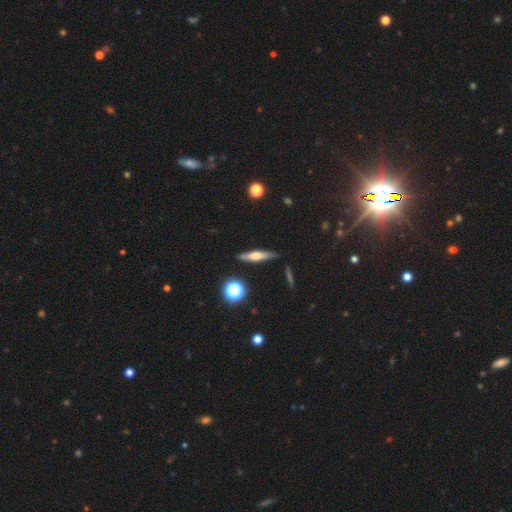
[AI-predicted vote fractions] This appears to be a smooth galaxy with no disk features (47%). Merging: none (82%).